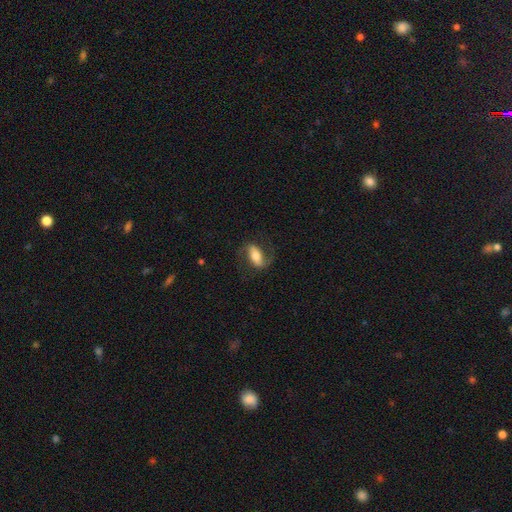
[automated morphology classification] Smooth or featured: featured or disk — 58% (smooth — 36%)
Edge-on disk: no — 90% (yes — 10%)
Bar: strong — 48% (weak — 28%)
Spiral arms: yes — 85% (no — 15%)
Bulge size: moderate — 56% (large — 22%)
Merging: none — 71% (minor disturbance — 16%)